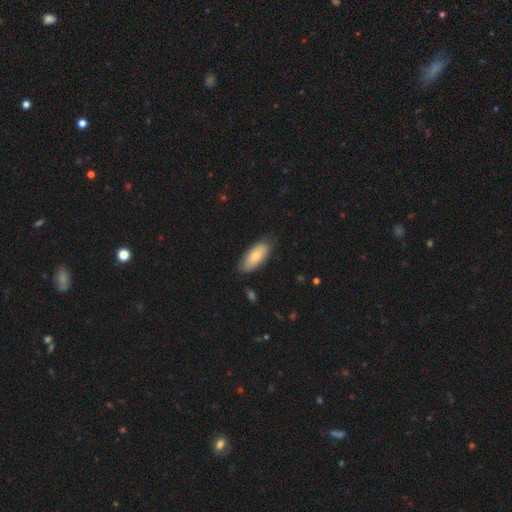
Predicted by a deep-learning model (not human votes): Smooth or featured? Predicted: smooth (p=0.73). How rounded? Predicted: in between (p=0.88). Merging? Predicted: none (p=0.79).